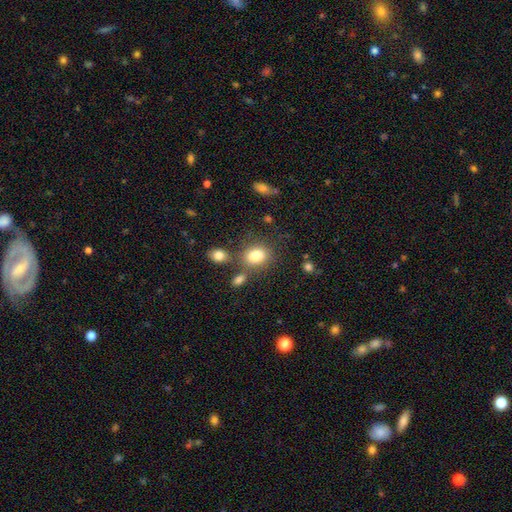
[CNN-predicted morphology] This appears to be a smooth galaxy with no disk features (83%) that is in between round and cigar-shaped (57%). Merging: none (64%).